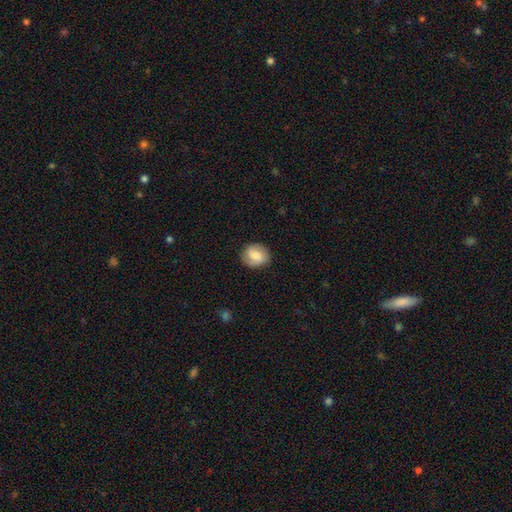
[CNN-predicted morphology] smooth-or-featured: smooth: 58% | featured or disk: 34% | star or artifact: 8%
  how-rounded: round: 67% | in between: 32% | cigar-shaped: 1%
  merging: none: 82% | minor disturbance: 13% | major disturbance: 4% | merger: 1%